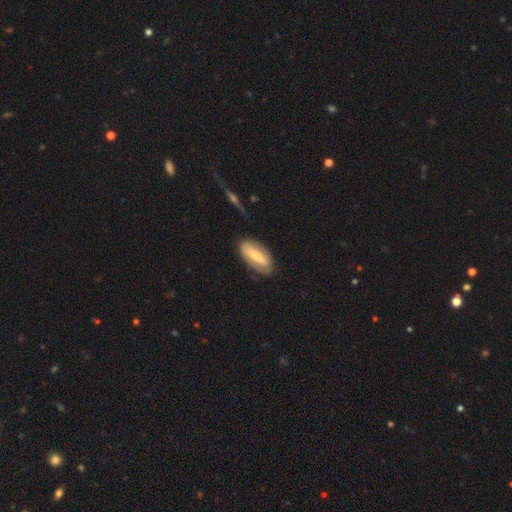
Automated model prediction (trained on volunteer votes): Q: Smooth or featured?
A: smooth (58%); runner-up: featured or disk (36%)
Q: How rounded?
A: in between (73%); runner-up: cigar-shaped (25%)
Q: Merging?
A: none (76%); runner-up: minor disturbance (17%)